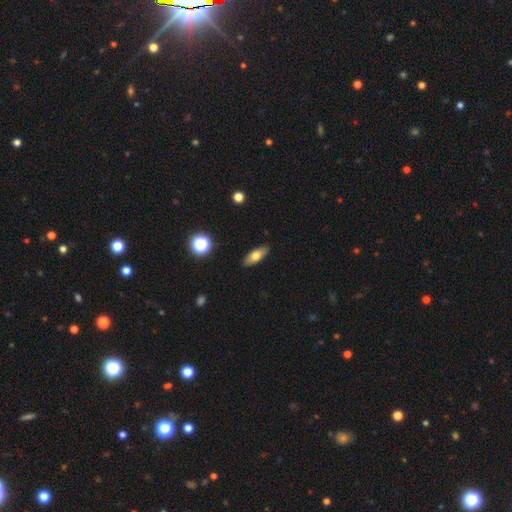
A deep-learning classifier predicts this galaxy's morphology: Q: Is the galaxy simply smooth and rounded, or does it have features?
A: smooth — 68%.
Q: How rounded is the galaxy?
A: in between — 73%.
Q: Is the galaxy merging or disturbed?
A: none — 89%.